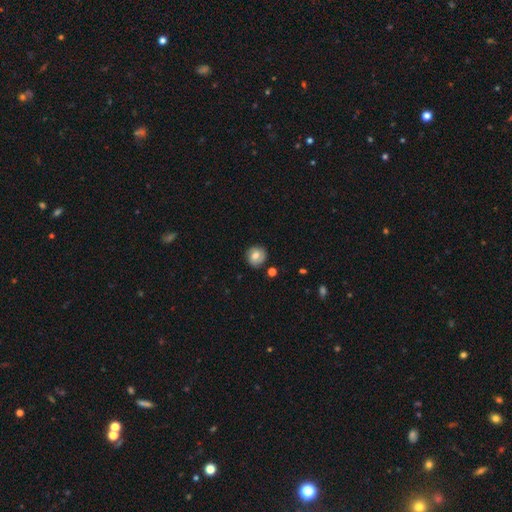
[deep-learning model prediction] The model was most divided on "smooth or featured": smooth: 65%, featured or disk: 26%, star or artifact: 9%. More confident: how rounded — round (88%); merging — none (82%).